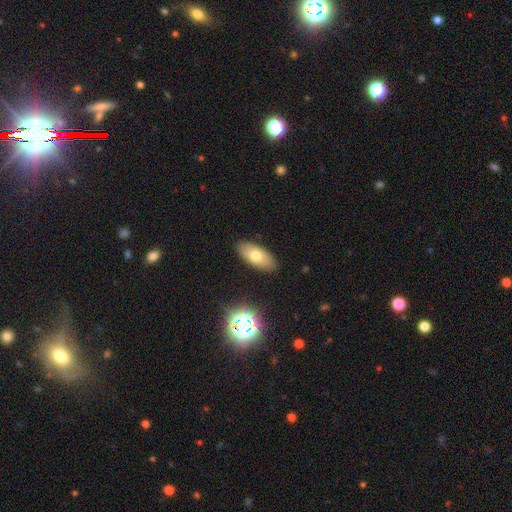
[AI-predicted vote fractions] smooth 69%, featured or disk 22%, star or artifact 10%. Down the decision tree: how rounded — in between (90%); merging — none (88%).